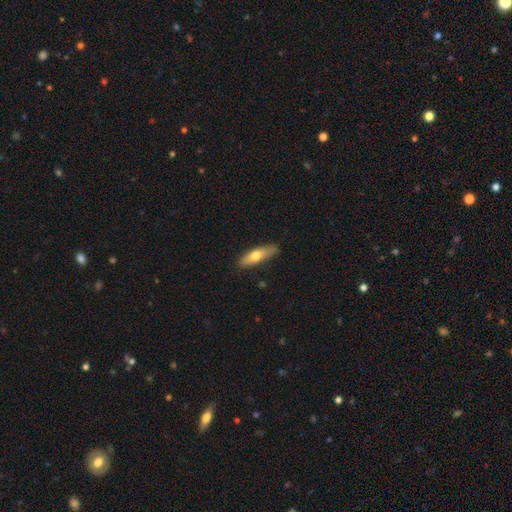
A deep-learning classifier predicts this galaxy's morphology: This appears to be a smooth galaxy with no disk features (62%) that is cigar-shaped (61%). Merging: none (83%).